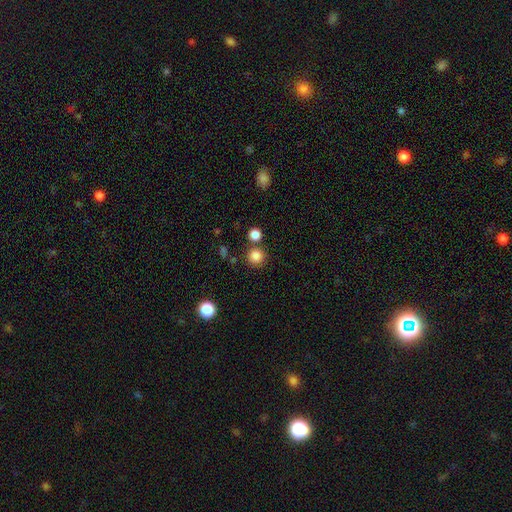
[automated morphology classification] A smooth galaxy with no disk features (84%) that is round (94%). Merging: none (81%).